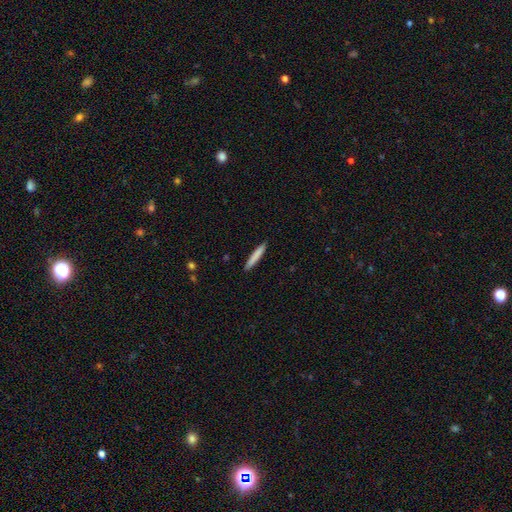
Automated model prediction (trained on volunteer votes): A smooth galaxy with no disk features (81%) that is cigar-shaped (94%).

Vote fractions:
- Smooth or featured? smooth: 81% / featured or disk: 13% / star or artifact: 6%
- How rounded? cigar-shaped: 94% / in between: 5% / round: 1%
- Merging? none: 90% / minor disturbance: 7% / major disturbance: 1% / merger: 1%